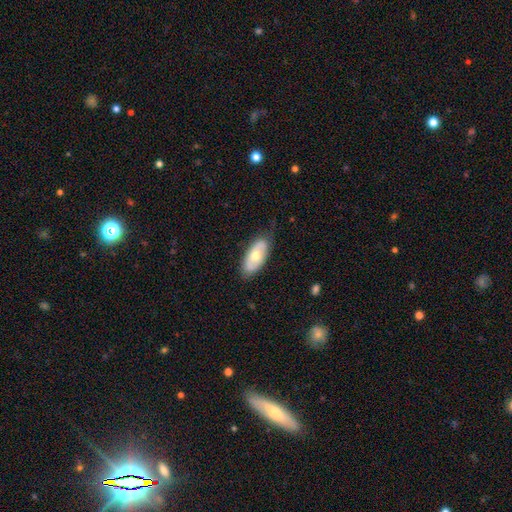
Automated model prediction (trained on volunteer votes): Morphology: type=smooth (52%); roundness=in between (91%); merging=none (78%).